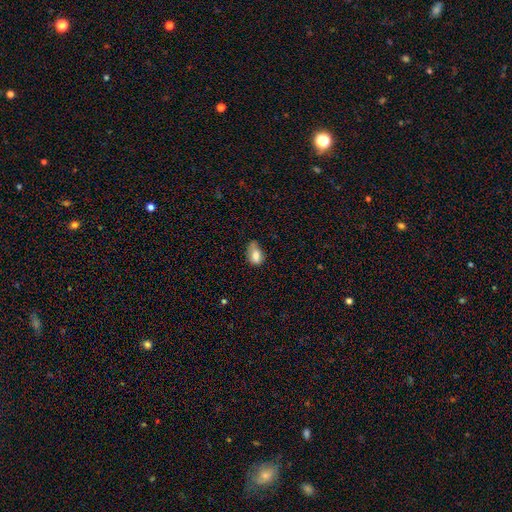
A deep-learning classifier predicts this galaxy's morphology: Smooth or featured? Predicted: smooth (p=0.79). How rounded? Predicted: in between (p=0.85). Merging? Predicted: minor disturbance (p=0.45).